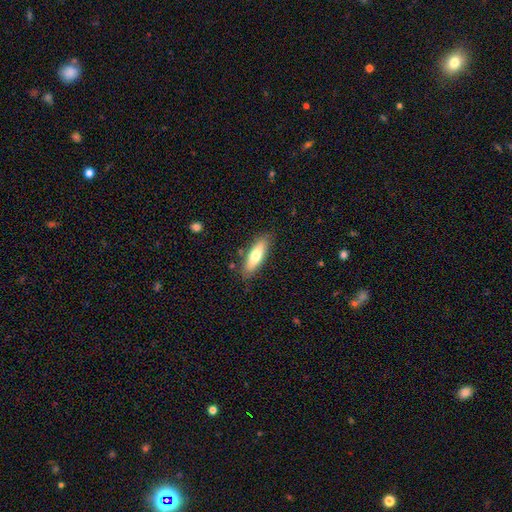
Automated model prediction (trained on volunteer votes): This appears to be a smooth galaxy with no disk features (65%) that is cigar-shaped (54%). Merging: none (84%).